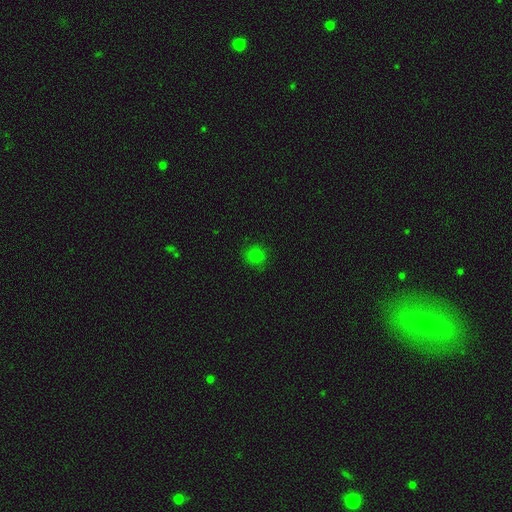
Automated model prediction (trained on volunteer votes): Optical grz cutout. It shows a smooth galaxy with no disk features (79%) that is round (85%). Merging: none (84%).